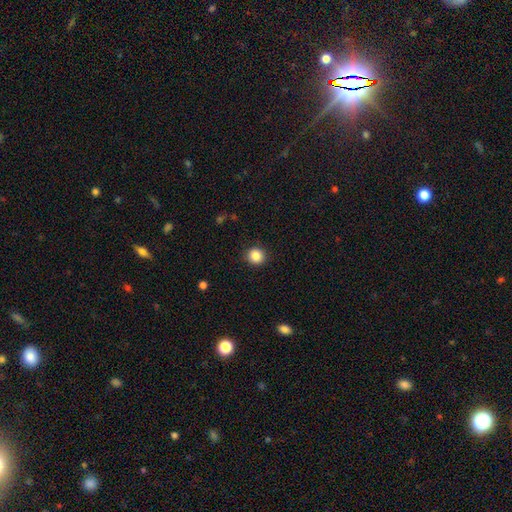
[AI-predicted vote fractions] smooth_or_featured: smooth (p=0.86) [alt: star or artifact p=0.10]
how_rounded: round (p=0.91) [alt: in between p=0.09]
merging: none (p=0.91) [alt: minor disturbance p=0.06]